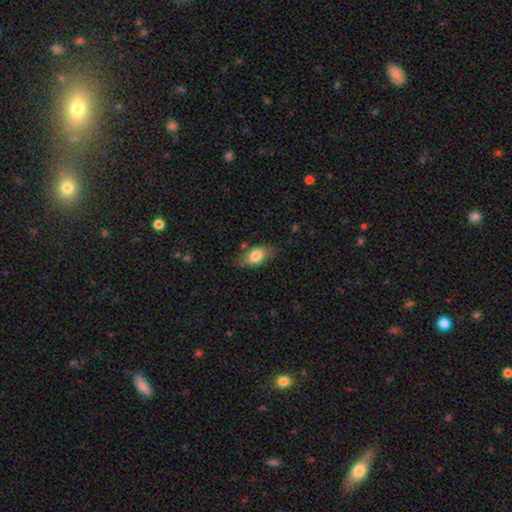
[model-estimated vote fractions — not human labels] Overall: smooth (79%). How rounded: in between (88%). Merging: none (74%).